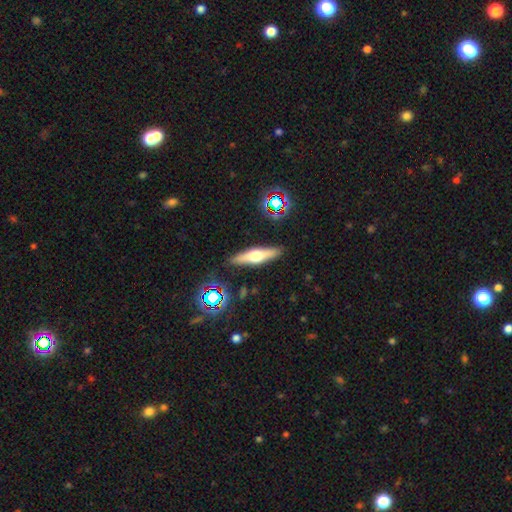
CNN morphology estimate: This appears to be a featured or disk galaxy (54%) viewed edge-on (92%). Merging: none (88%).